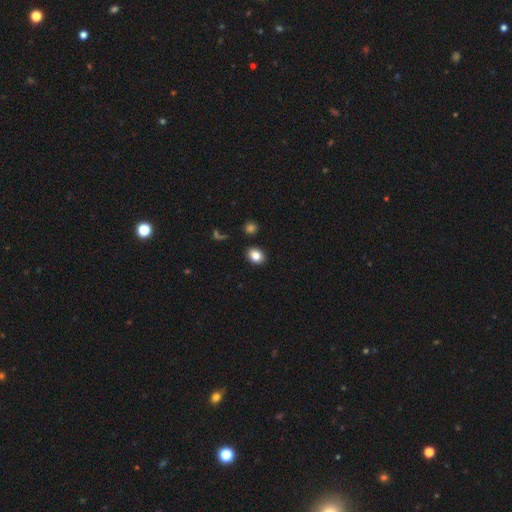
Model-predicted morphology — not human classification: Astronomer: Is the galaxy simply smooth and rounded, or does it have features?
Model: smooth — 83%.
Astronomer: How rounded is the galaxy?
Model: in between — 57% (runner-up: round, 42%).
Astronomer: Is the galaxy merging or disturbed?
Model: none — 88%.